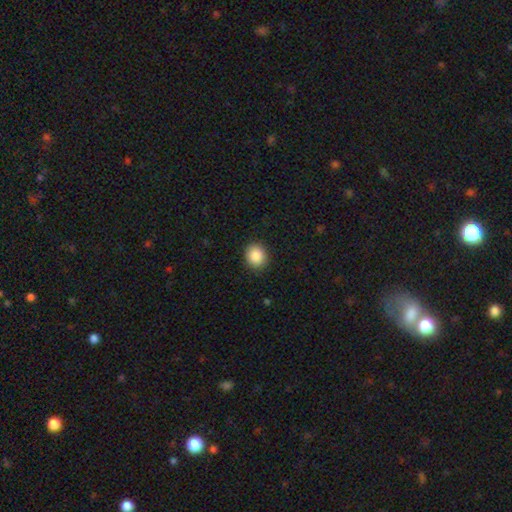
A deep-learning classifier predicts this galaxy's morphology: This is clearly a smooth galaxy (88%). How rounded: likely round (78%). Merging: clearly none (89%).